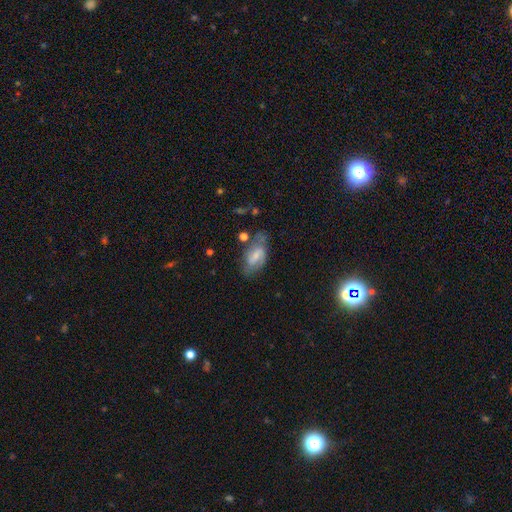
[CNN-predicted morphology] Overall: featured or disk (56%; smooth 36%). Edge-on disk: no (94%). Bar: weak (51%; no 27%). Spiral arms: yes (80%). Bulge size: small (54%; moderate 31%). Merging: none (54%; minor disturbance 27%).